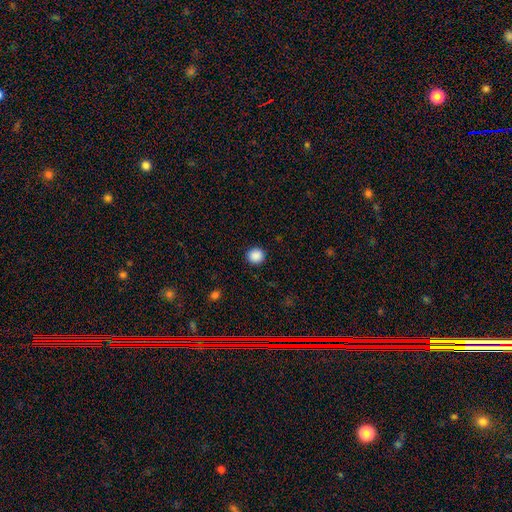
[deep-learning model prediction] Smooth or featured? Predicted: smooth (p=0.88). How rounded? Predicted: round (p=0.94). Merging? Predicted: none (p=0.92).